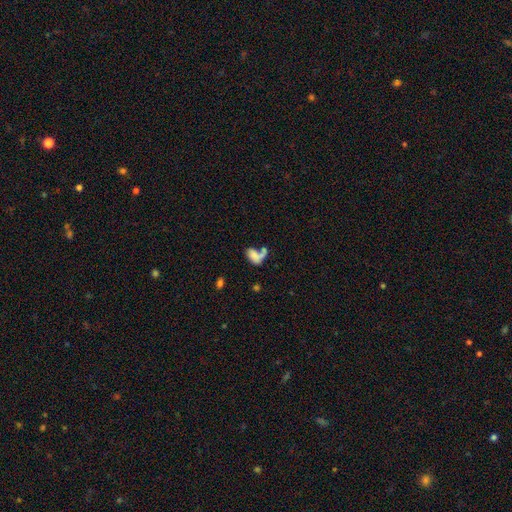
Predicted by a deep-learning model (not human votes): smooth 69%, featured or disk 20%, star or artifact 11%. Down the decision tree: how rounded — in between (86%); merging — merger (48%).